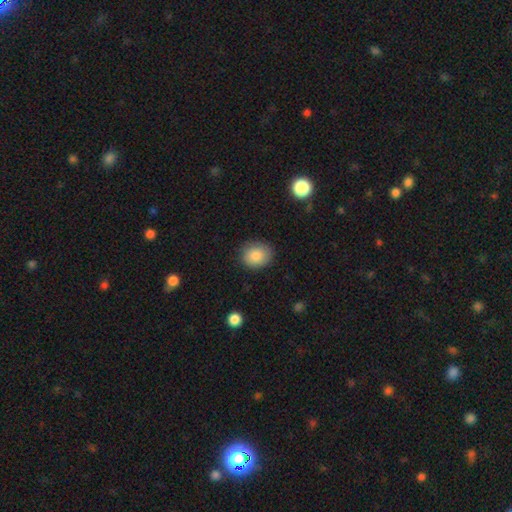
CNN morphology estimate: This is clearly a smooth galaxy (85%). How rounded: likely round (65%). Merging: clearly none (85%).